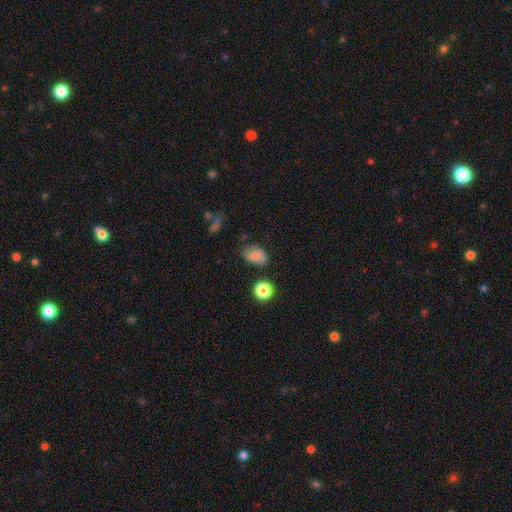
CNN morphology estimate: Smooth or featured? Predicted: smooth (p=0.60). How rounded? Predicted: in between (p=0.72). Merging? Predicted: none (p=0.71).